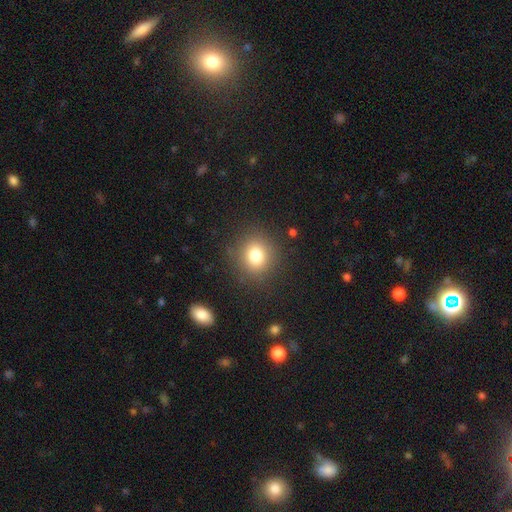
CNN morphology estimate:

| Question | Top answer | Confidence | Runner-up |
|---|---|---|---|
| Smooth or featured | smooth | 78% | star or artifact (13%) |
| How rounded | round | 83% | in between (16%) |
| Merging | none | 86% | minor disturbance (8%) |